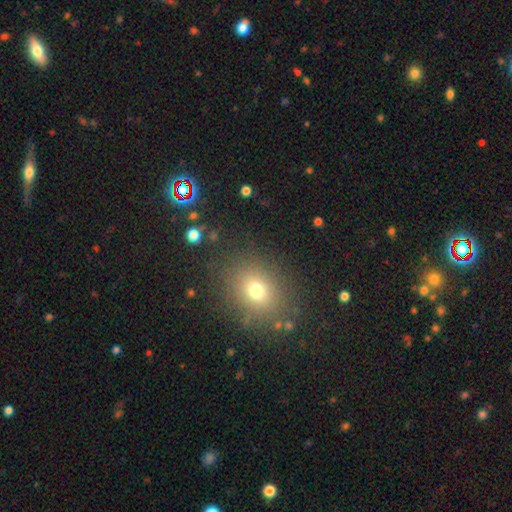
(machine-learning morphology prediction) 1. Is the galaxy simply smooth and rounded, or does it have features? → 61% smooth, 29% star or artifact, 10% featured or disk.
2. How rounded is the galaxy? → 58% round, 40% in between, 1% cigar-shaped.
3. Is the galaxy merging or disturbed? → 85% none, 9% minor disturbance, 4% major disturbance, 3% merger.